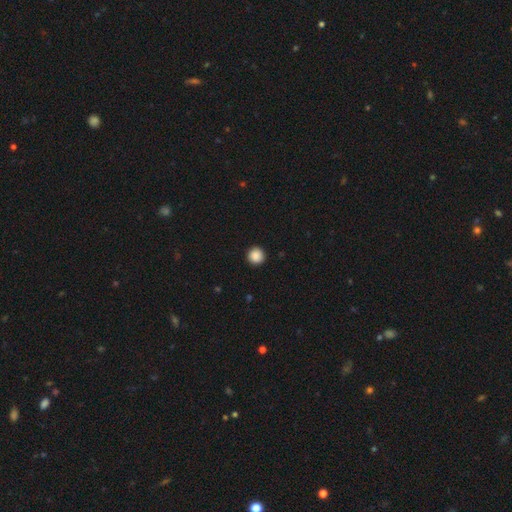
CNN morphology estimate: smooth_or_featured: smooth (p=0.88) [alt: star or artifact p=0.09]
how_rounded: round (p=0.95) [alt: in between p=0.04]
merging: none (p=0.92) [alt: minor disturbance p=0.05]